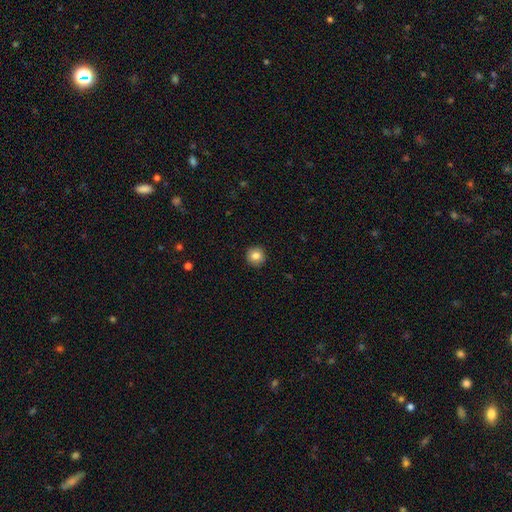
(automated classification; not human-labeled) A smooth galaxy with no disk features (83%) that is round (94%). Merging: none (92%).